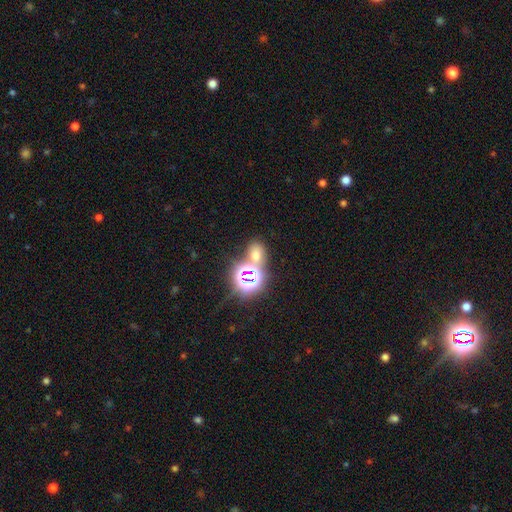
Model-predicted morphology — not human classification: smooth 49%, star or artifact 42%, featured or disk 9%. Down the decision tree: merging — none (60%).